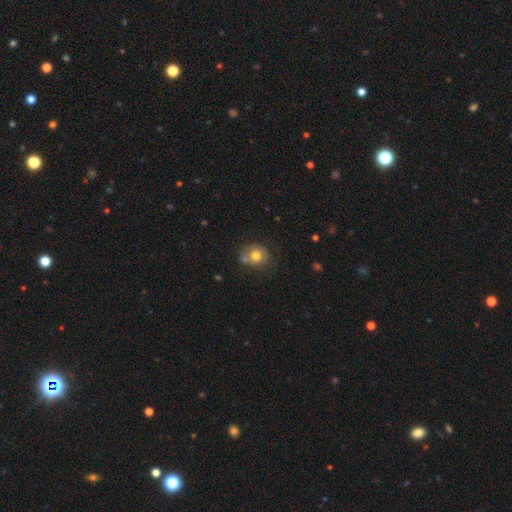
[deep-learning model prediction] Smooth or featured? smooth (72%)
How rounded? round (74%)
Merging? none (56%)